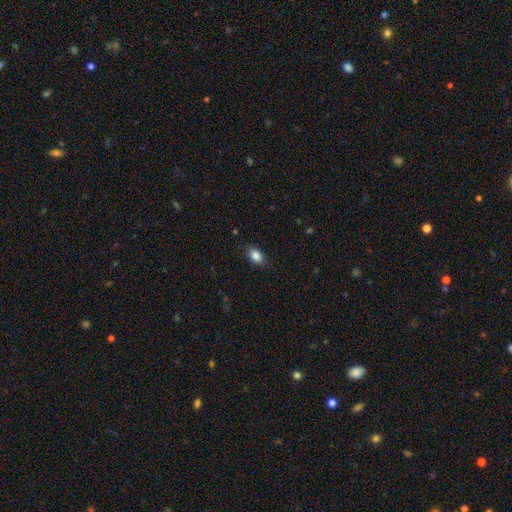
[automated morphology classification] The model was most divided on "how rounded": in between: 85%, round: 13%, cigar-shaped: 2%. More confident: smooth or featured — smooth (86%); merging — none (85%).